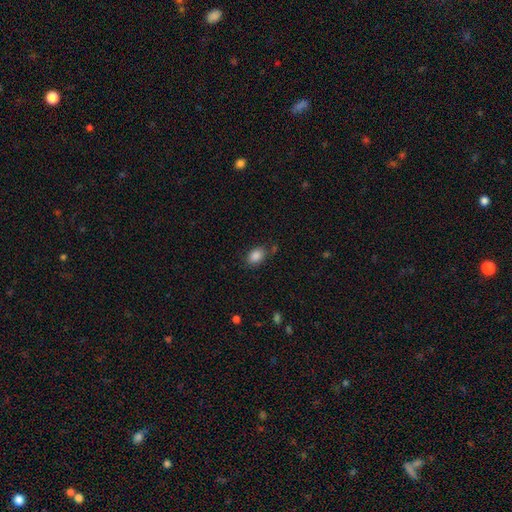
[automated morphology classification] This appears to be a smooth galaxy with no disk features (87%) that is in between round and cigar-shaped (80%). Merging: none (75%).